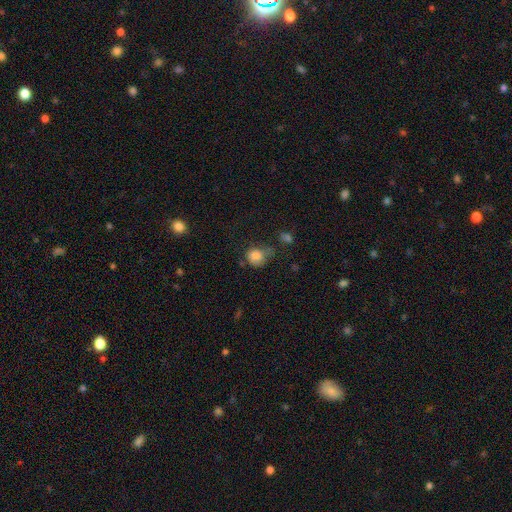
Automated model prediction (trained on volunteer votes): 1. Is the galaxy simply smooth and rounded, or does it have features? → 81% smooth, 10% star or artifact, 9% featured or disk.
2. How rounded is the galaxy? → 71% round, 28% in between, 1% cigar-shaped.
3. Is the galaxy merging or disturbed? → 45% none, 31% minor disturbance, 16% major disturbance, 8% merger.